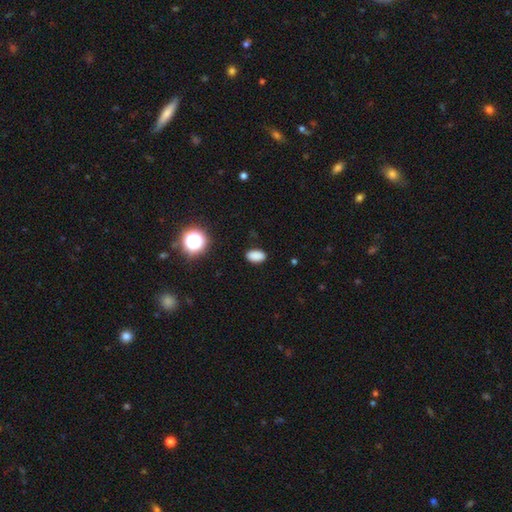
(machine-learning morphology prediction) Overall: smooth (84%). How rounded: in between (91%). Merging: none (88%).